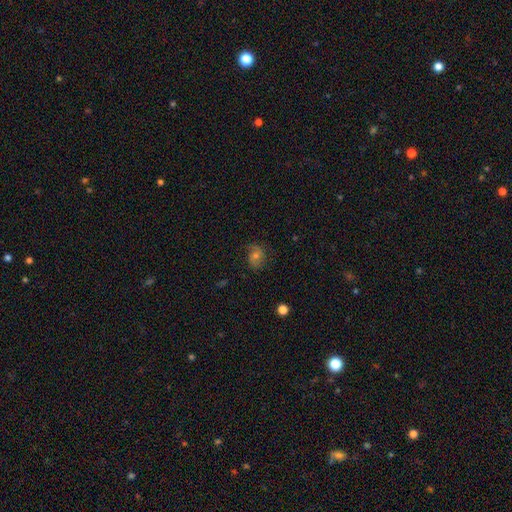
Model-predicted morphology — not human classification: featured or disk 50%, smooth 33%, star or artifact 17%. Down the decision tree: edge-on disk — no (97%); merging — none (70%).